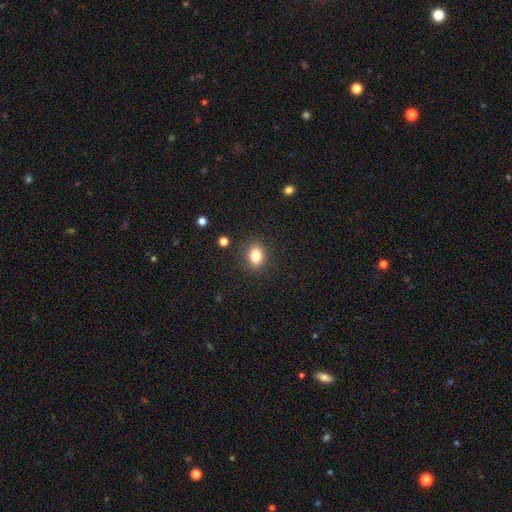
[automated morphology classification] Smooth or featured? Predicted: smooth (p=0.83). How rounded? Predicted: in between (p=0.60). Merging? Predicted: none (p=0.87).